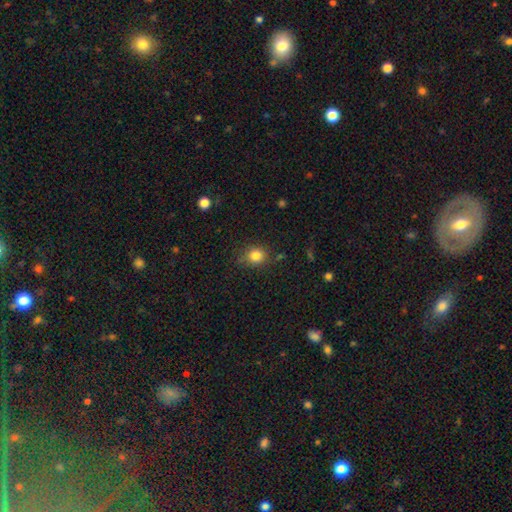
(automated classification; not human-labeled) Morphology: type=smooth (82%); roundness=round (75%); merging=none (78%).